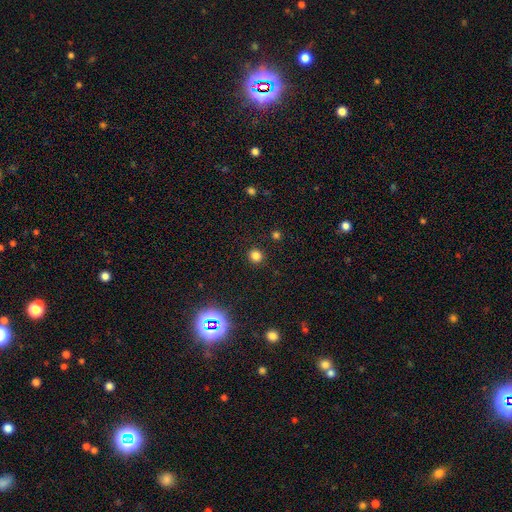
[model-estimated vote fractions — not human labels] Smooth or featured? smooth (80%)
How rounded? round (89%)
Merging? none (91%)